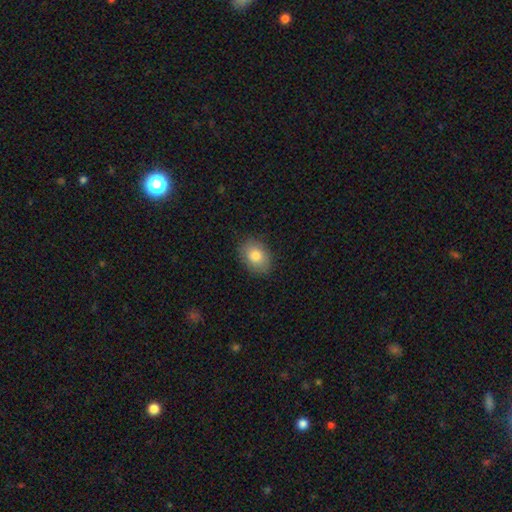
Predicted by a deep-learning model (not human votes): Smooth or featured? smooth (81%)
How rounded? in between (72%)
Merging? none (84%)